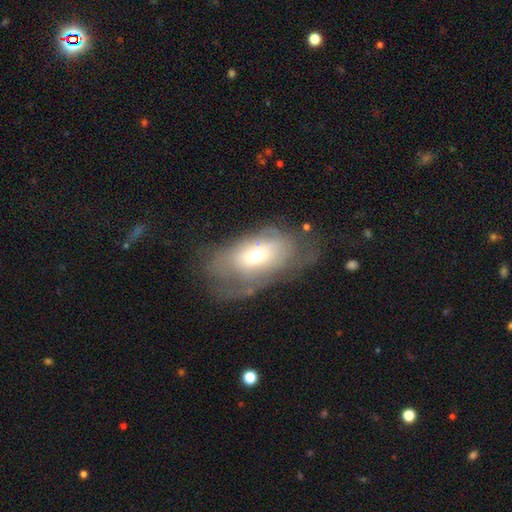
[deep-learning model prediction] Morphology: type=featured or disk (47%); merging=none (46%).